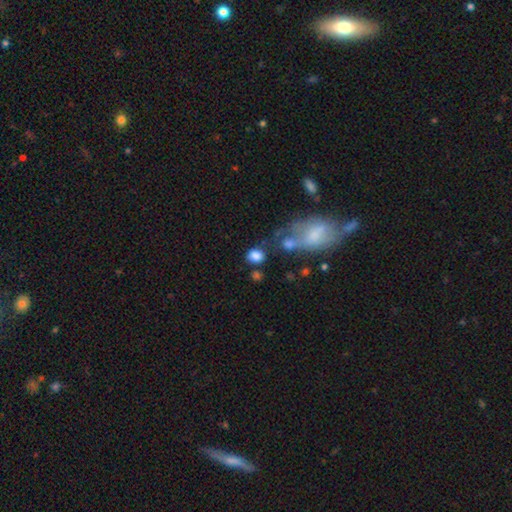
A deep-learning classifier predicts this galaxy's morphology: A smooth galaxy with no disk features (83%) that is in between round and cigar-shaped (53%).

Vote fractions:
- Smooth or featured? smooth: 83% / star or artifact: 9% / featured or disk: 8%
- How rounded? in between: 53% / round: 46% / cigar-shaped: 2%
- Merging? none: 59% / merger: 17% / minor disturbance: 15% / major disturbance: 9%